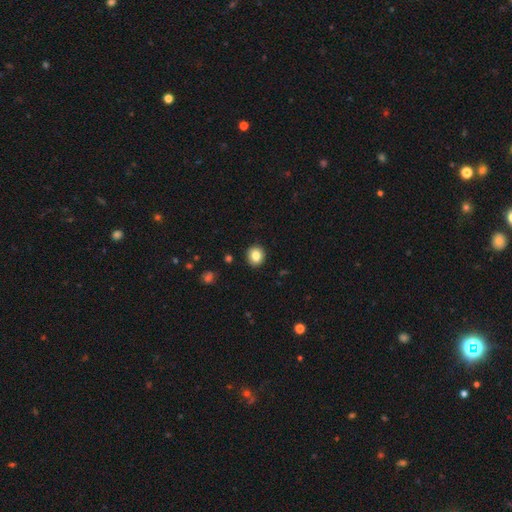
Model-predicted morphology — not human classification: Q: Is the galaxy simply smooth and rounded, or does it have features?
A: smooth — 83%.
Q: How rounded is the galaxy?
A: round — 82%.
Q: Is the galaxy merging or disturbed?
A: none — 92%.